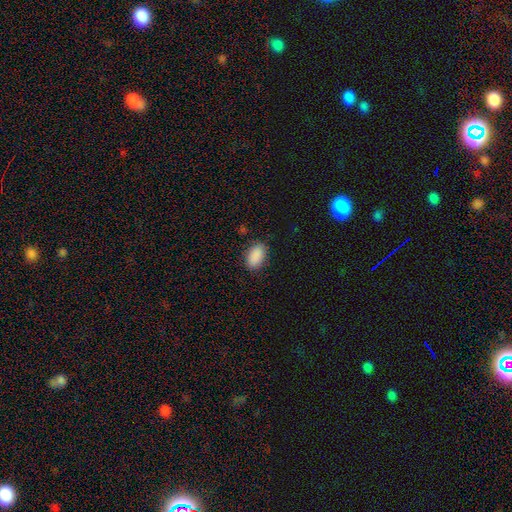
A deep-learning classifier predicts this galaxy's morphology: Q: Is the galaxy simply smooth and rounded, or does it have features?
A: smooth — 89%.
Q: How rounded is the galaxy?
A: in between — 92%.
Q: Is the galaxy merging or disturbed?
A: none — 85%.